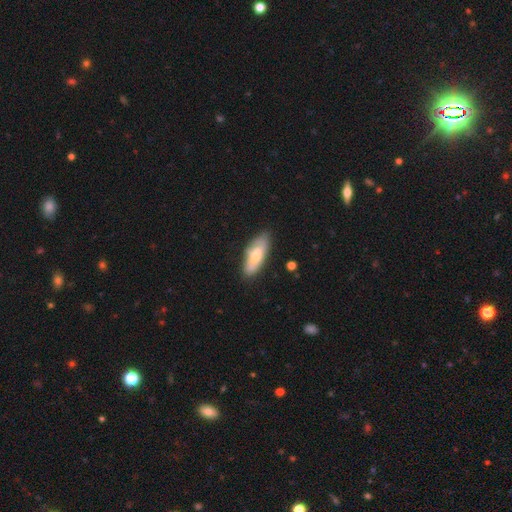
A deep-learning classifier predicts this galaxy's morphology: Q: Smooth or featured?
A: smooth (56%); runner-up: featured or disk (38%)
Q: How rounded?
A: in between (75%); runner-up: cigar-shaped (23%)
Q: Merging?
A: none (73%); runner-up: minor disturbance (20%)